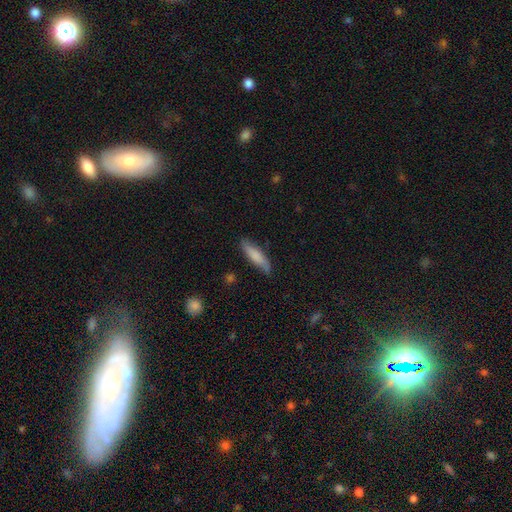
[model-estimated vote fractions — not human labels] A smooth galaxy with no disk features (76%) that is cigar-shaped (72%). Merging: none (80%).